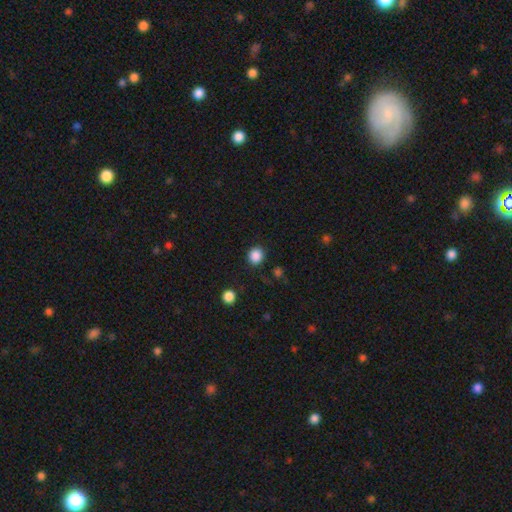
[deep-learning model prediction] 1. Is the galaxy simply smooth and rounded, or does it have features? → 87% smooth, 10% star or artifact, 3% featured or disk.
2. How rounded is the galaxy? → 82% round, 17% in between, 1% cigar-shaped.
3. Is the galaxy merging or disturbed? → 88% none, 7% minor disturbance, 3% major disturbance, 2% merger.